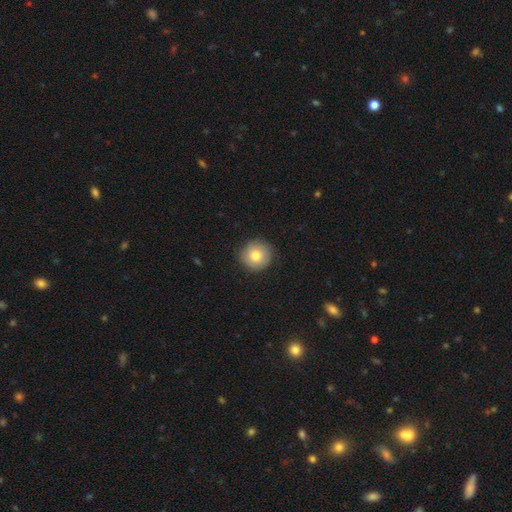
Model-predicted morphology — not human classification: Overall: smooth (77%). How rounded: round (94%). Merging: none (87%).